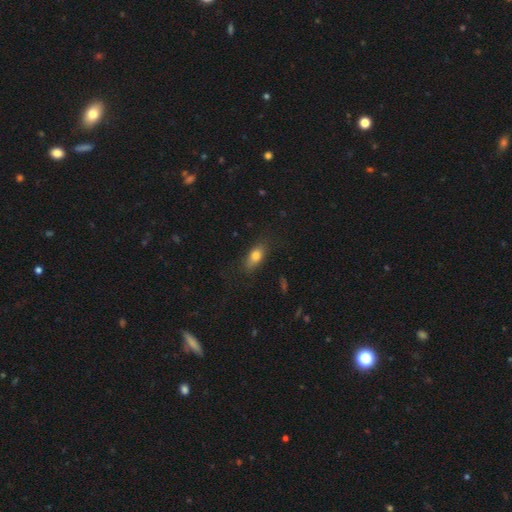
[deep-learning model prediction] Overall: smooth (77%). How rounded: in between (80%). Merging: none (78%).